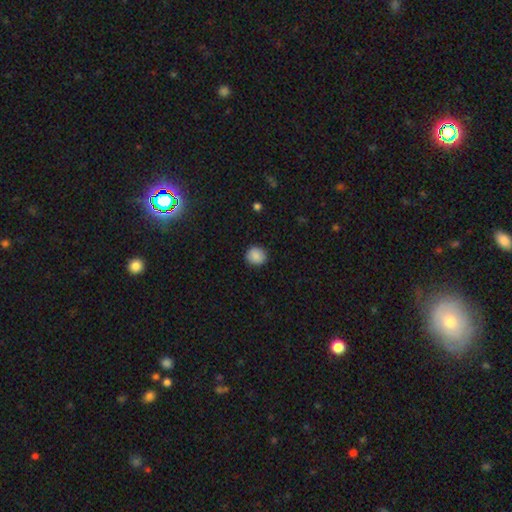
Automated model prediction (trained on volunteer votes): Smooth or featured? Predicted: smooth (p=0.88). How rounded? Predicted: round (p=0.83). Merging? Predicted: none (p=0.89).